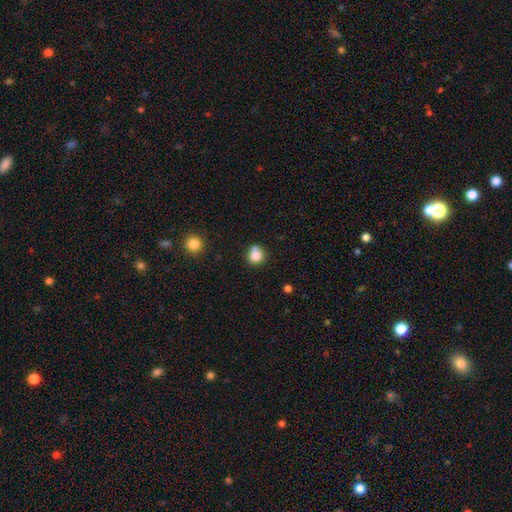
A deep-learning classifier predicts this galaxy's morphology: This is clearly a smooth galaxy (80%). How rounded: clearly round (89%). Merging: likely none (61%).